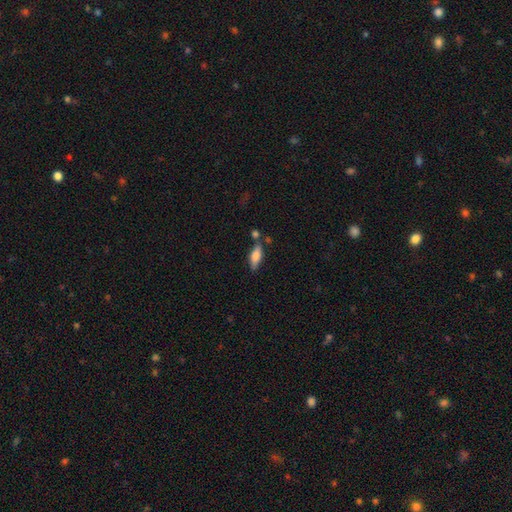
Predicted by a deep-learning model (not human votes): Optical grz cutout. It shows a smooth galaxy with no disk features (69%) that is in between round and cigar-shaped (65%). Merging: none (70%).